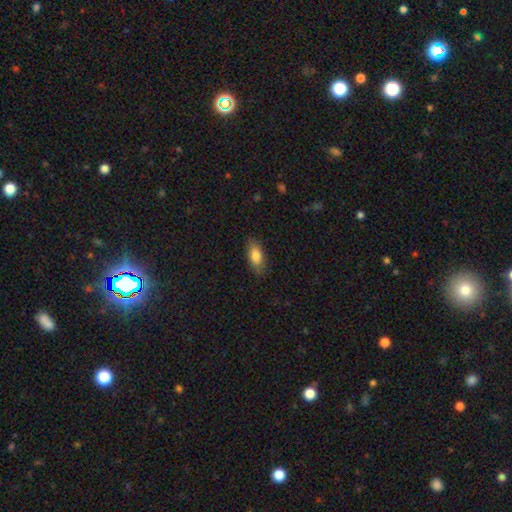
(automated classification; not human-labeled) Q: Smooth or featured?
A: smooth (81%); runner-up: featured or disk (12%)
Q: How rounded?
A: in between (85%); runner-up: cigar-shaped (12%)
Q: Merging?
A: none (83%); runner-up: minor disturbance (13%)